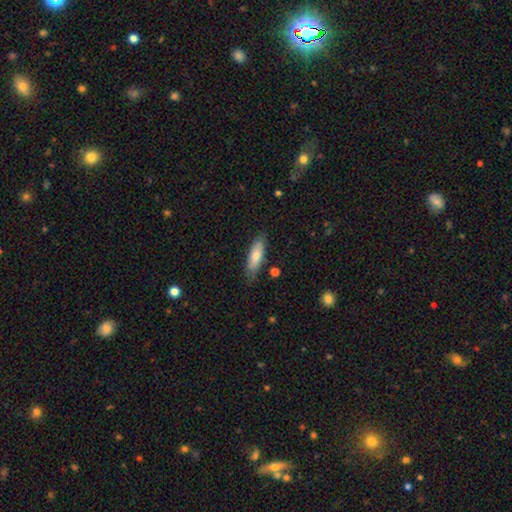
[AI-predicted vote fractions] A smooth galaxy with no disk features (68%) that is cigar-shaped (57%).

Vote fractions:
- Smooth or featured? smooth: 68% / featured or disk: 25% / star or artifact: 7%
- How rounded? cigar-shaped: 57% / in between: 41% / round: 2%
- Merging? none: 83% / minor disturbance: 13% / major disturbance: 2% / merger: 2%